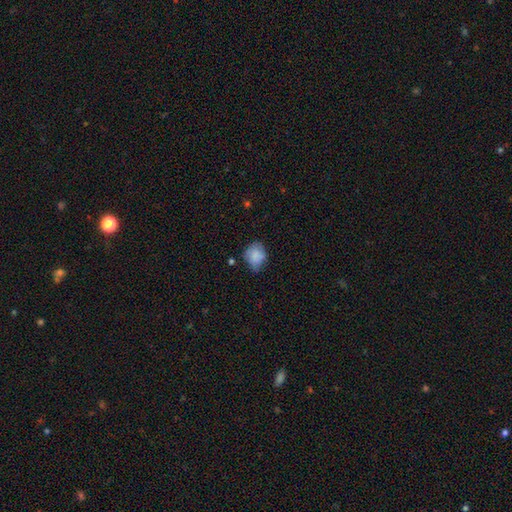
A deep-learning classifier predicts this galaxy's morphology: Smooth or featured: smooth — 80% (featured or disk — 12%)
How rounded: in between — 50% (round — 49%)
Merging: none — 51% (minor disturbance — 36%)